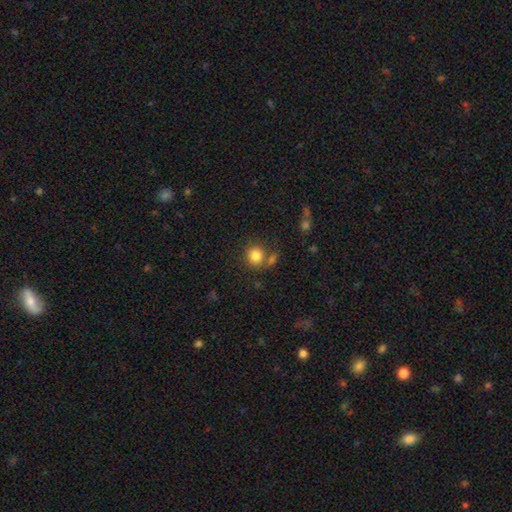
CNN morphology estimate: Q: Smooth or featured?
A: smooth (84%); runner-up: star or artifact (10%)
Q: How rounded?
A: round (80%); runner-up: in between (19%)
Q: Merging?
A: none (63%); runner-up: merger (18%)